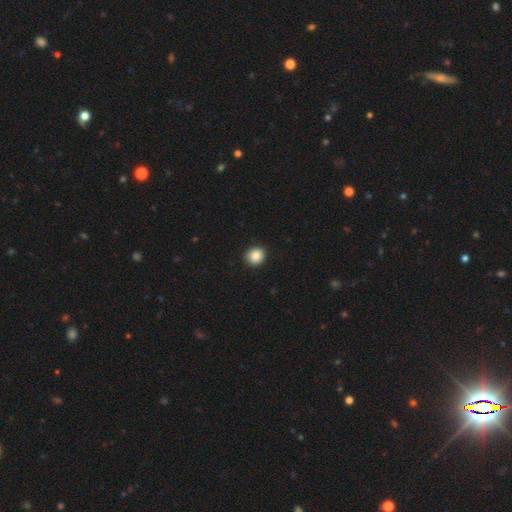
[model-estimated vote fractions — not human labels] Smooth or featured: smooth — 88% (star or artifact — 9%)
How rounded: round — 84% (in between — 15%)
Merging: none — 90% (minor disturbance — 7%)